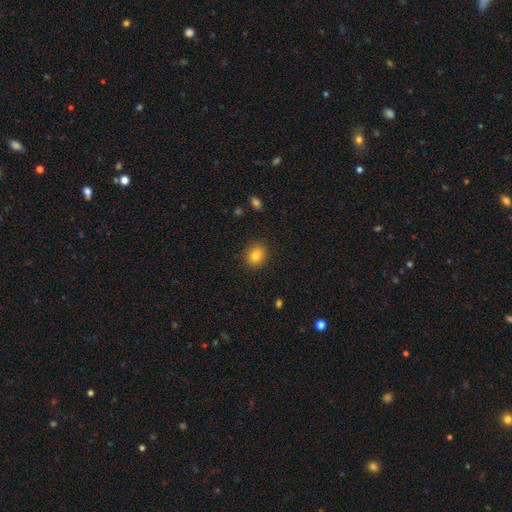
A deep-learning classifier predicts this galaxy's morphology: This appears to be a smooth galaxy with no disk features (82%) that is round (77%). Merging: none (89%).